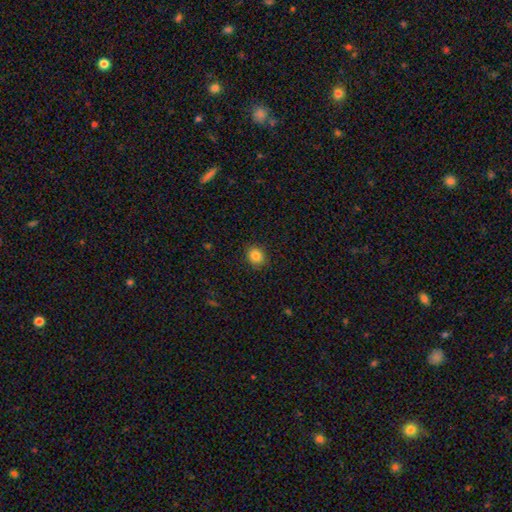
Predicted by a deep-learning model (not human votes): smooth 85%, star or artifact 10%, featured or disk 5%. Down the decision tree: how rounded — round (68%); merging — none (89%).